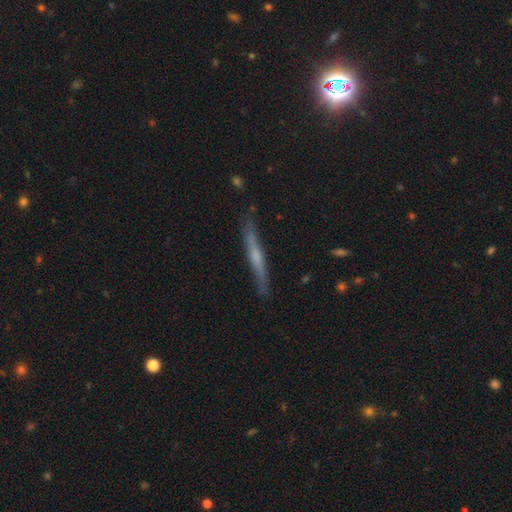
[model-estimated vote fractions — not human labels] Smooth or featured? featured or disk (57%)
Edge-on disk? yes (95%)
Edge-on bulge? none (45%)
Merging? none (84%)